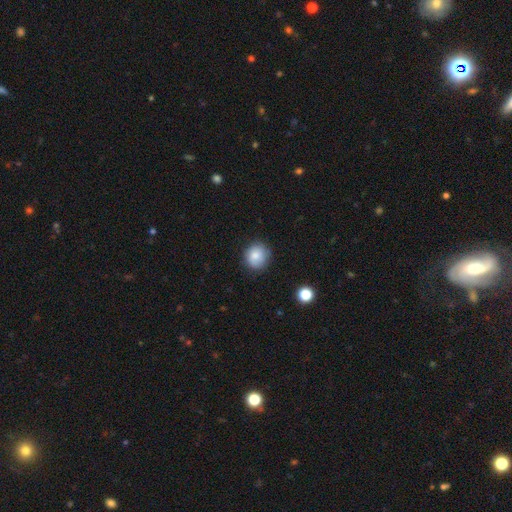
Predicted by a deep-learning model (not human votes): Overall: smooth (82%). How rounded: round (85%). Merging: none (81%).